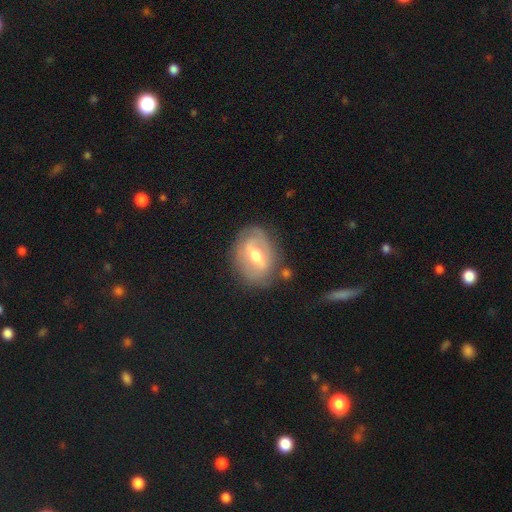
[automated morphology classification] Smooth or featured? featured or disk (66%)
Edge-on disk? no (91%)
Bar? strong (49%)
Spiral arms? no (50%, tied with yes)
Bulge size? moderate (73%)
Merging? none (72%)